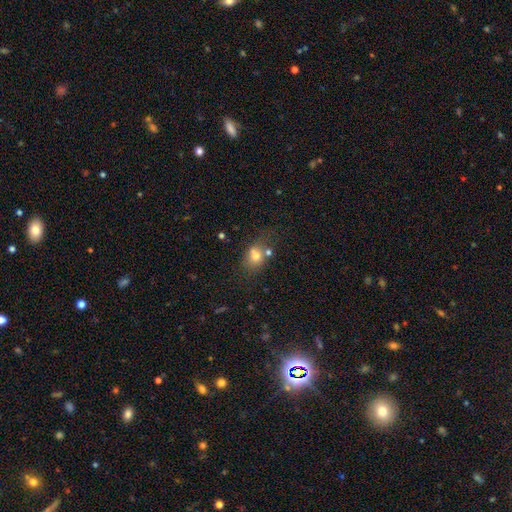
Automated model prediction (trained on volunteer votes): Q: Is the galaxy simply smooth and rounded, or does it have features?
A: smooth — 70%.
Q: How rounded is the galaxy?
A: in between — 50%.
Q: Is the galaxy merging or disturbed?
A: none — 44%.